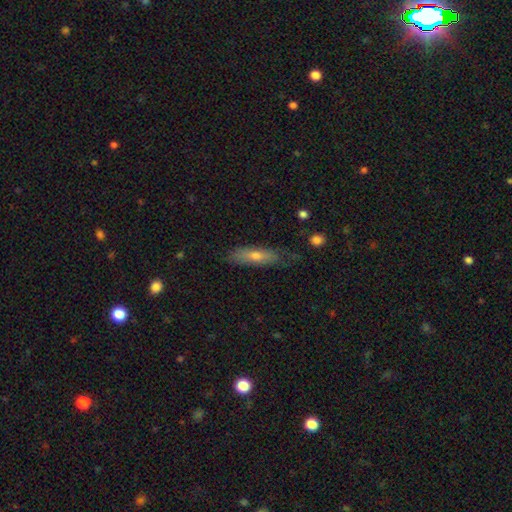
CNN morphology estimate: smooth 60%, featured or disk 33%, star or artifact 7%. Down the decision tree: how rounded — cigar-shaped (66%); merging — none (71%).